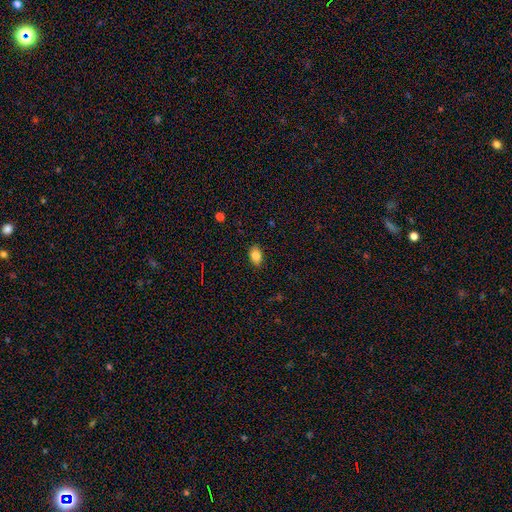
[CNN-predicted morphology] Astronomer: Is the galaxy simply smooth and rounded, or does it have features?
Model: smooth — 83%.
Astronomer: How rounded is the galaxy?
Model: in between — 81%.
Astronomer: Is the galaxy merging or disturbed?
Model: none — 86%.